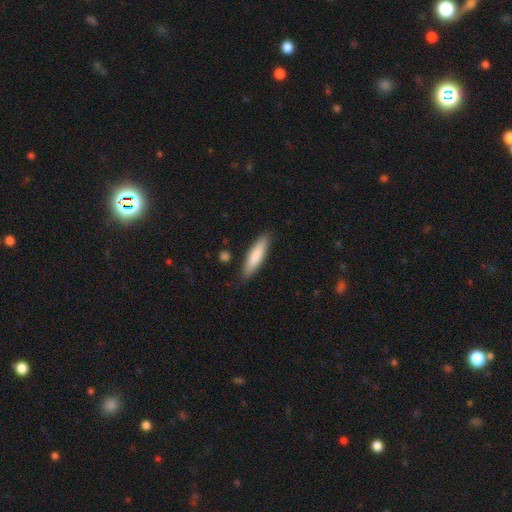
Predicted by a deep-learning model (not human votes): Smooth or featured? Predicted: smooth (p=0.81). How rounded? Predicted: cigar-shaped (p=0.76). Merging? Predicted: none (p=0.85).